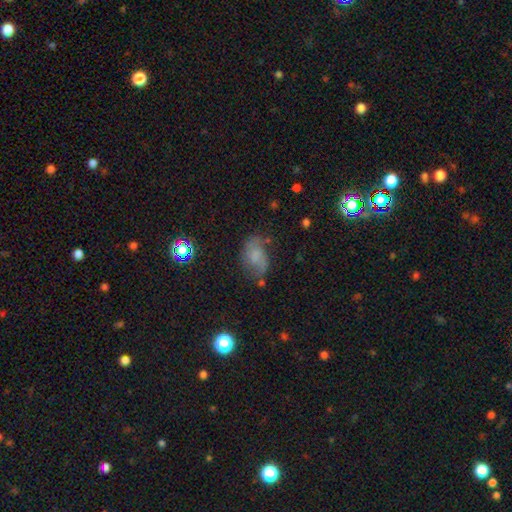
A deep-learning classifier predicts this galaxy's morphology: Smooth or featured? Predicted: smooth (p=0.43). Merging? Predicted: none (p=0.52).